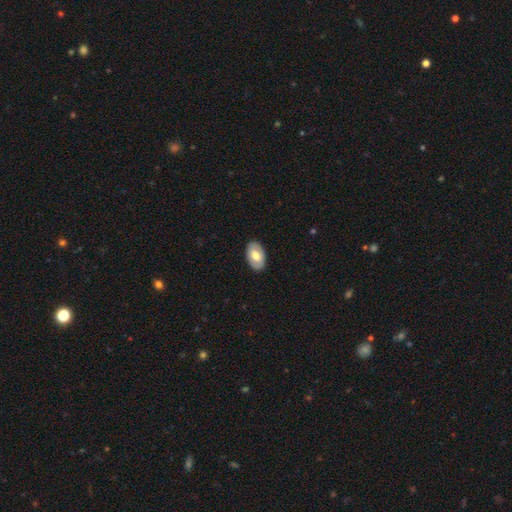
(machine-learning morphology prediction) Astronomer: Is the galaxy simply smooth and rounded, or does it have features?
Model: smooth — 66%.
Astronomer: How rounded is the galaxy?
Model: in between — 93%.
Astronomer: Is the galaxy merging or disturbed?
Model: none — 88%.